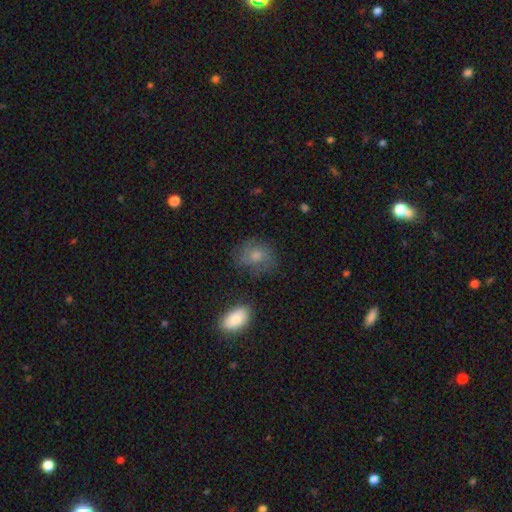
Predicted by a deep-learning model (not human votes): Morphology: type=smooth (63%); roundness=round (59%); merging=none (63%).